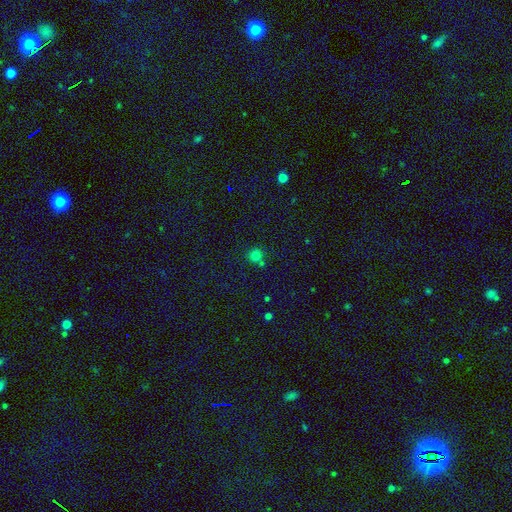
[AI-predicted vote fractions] Overall: smooth (75%). How rounded: round (91%). Merging: none (70%).